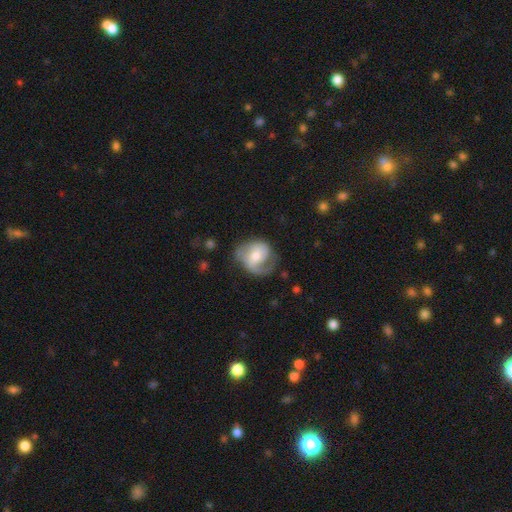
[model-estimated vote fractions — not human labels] Q: Smooth or featured?
A: featured or disk (72%); runner-up: smooth (22%)
Q: Edge-on disk?
A: no (97%); runner-up: yes (3%)
Q: Bar?
A: no (49%); runner-up: weak (39%)
Q: Spiral arms?
A: yes (91%); runner-up: no (9%)
Q: Spiral winding?
A: medium (45%); runner-up: tight (28%)
Q: Spiral arm count?
A: 2 (56%); runner-up: 1 (28%)
Q: Bulge size?
A: moderate (54%); runner-up: small (39%)
Q: Merging?
A: none (57%); runner-up: minor disturbance (24%)